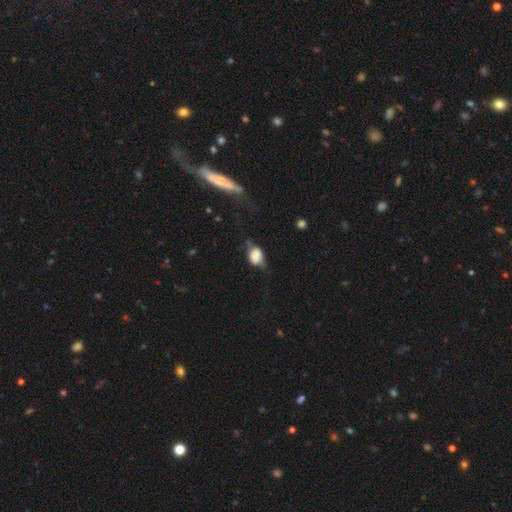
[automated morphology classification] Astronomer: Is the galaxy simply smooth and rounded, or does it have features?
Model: smooth — 68%.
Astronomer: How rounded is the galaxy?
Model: in between — 70%.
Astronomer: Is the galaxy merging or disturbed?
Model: none — 44% (runner-up: minor disturbance, 32%).